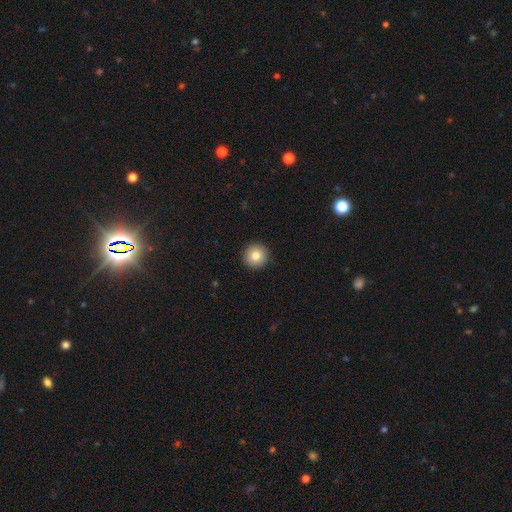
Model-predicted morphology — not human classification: Smooth or featured? smooth (83%)
How rounded? round (95%)
Merging? none (93%)